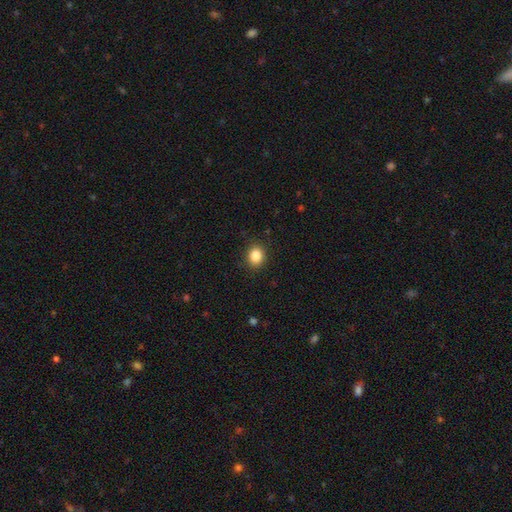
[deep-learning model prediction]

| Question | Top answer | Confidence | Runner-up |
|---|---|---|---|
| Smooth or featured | smooth | 86% | star or artifact (10%) |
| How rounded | round | 64% | in between (35%) |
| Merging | none | 89% | minor disturbance (8%) |